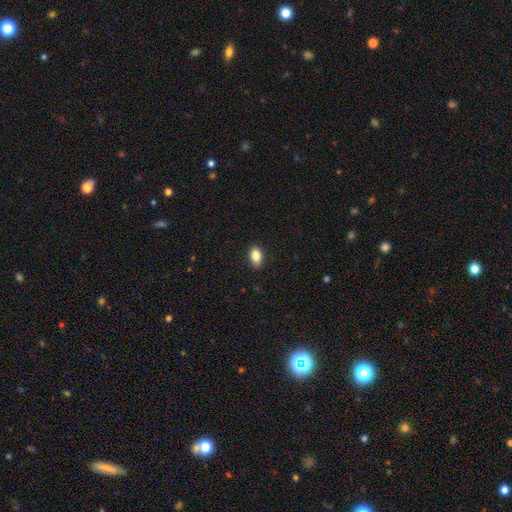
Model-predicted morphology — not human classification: A smooth galaxy with no disk features (86%) that is in between round and cigar-shaped (88%).

Vote fractions:
- Smooth or featured? smooth: 86% / star or artifact: 8% / featured or disk: 6%
- How rounded? in between: 88% / round: 10% / cigar-shaped: 2%
- Merging? none: 86% / minor disturbance: 11% / major disturbance: 2% / merger: 1%